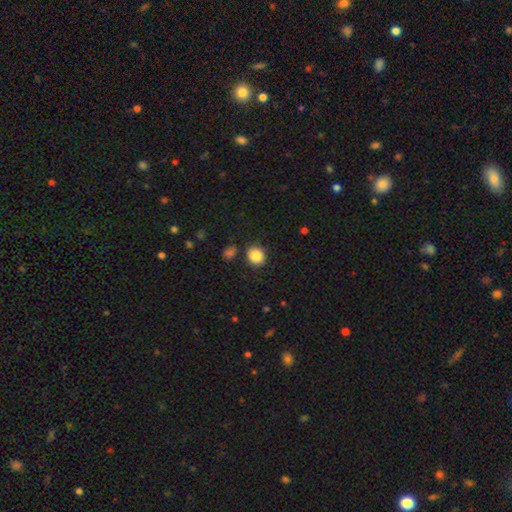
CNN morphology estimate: Smooth or featured? smooth (87%)
How rounded? round (70%)
Merging? none (84%)